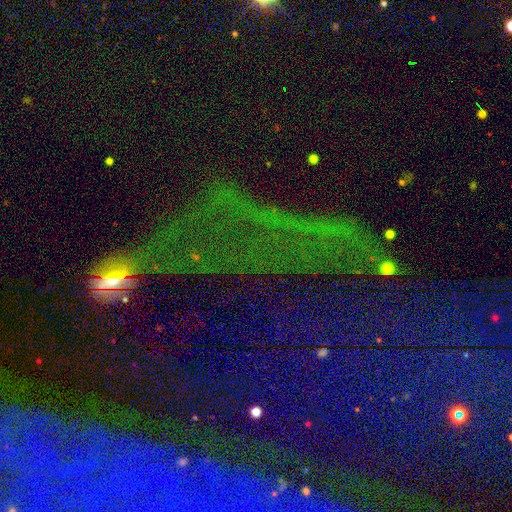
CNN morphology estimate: The model was most divided on "smooth or featured": star or artifact: 74%, featured or disk: 13%, smooth: 13%.